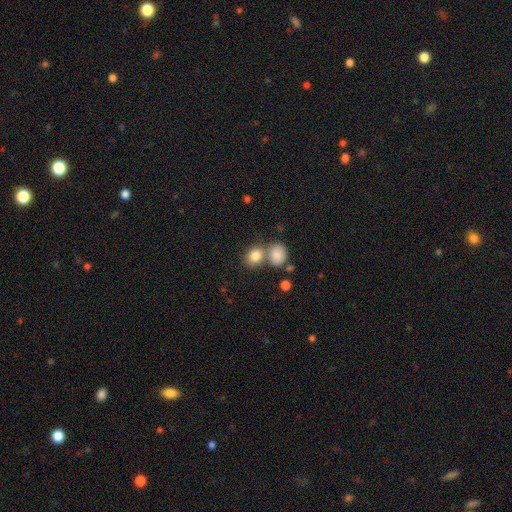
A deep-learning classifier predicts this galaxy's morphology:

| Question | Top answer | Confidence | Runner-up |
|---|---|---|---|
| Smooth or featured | smooth | 84% | star or artifact (9%) |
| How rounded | round | 54% | in between (45%) |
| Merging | merger | 45% | none (43%) |